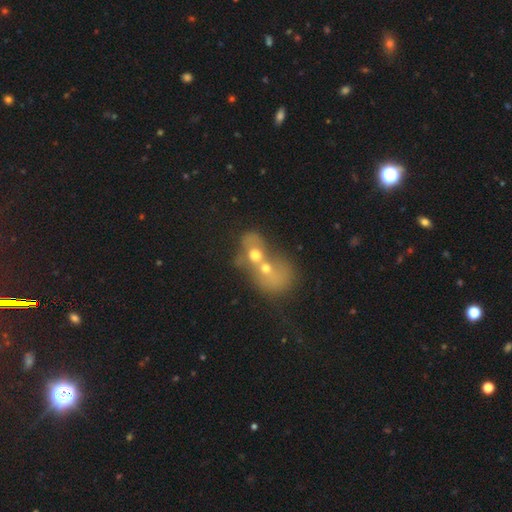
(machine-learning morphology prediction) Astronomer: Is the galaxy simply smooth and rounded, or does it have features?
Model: smooth — 48% (runner-up: featured or disk, 38%).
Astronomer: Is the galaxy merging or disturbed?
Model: merger — 82%.